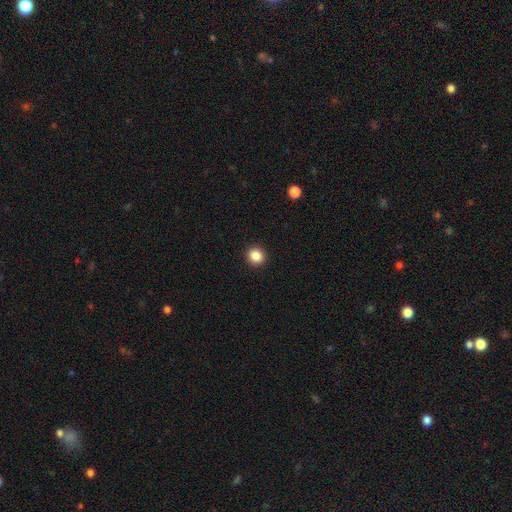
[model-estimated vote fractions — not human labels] smooth 86%, star or artifact 10%, featured or disk 3%. Down the decision tree: how rounded — round (91%); merging — none (93%).